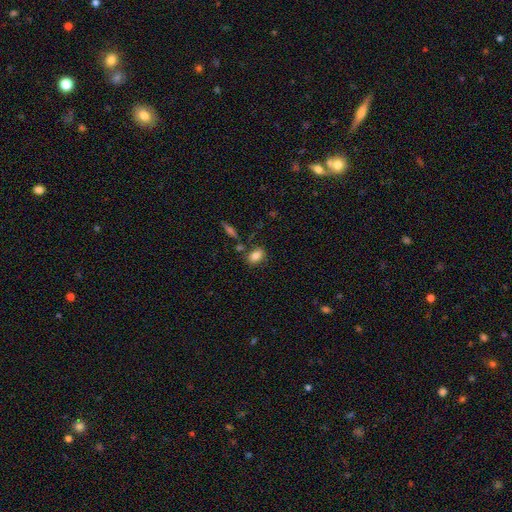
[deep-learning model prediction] Smooth or featured?
  - smooth: 82% *
  - featured or disk: 9%
  - star or artifact: 9%
How rounded?
  - in between: 80% *
  - round: 17%
  - cigar-shaped: 2%
Merging?
  - none: 74% *
  - minor disturbance: 14%
  - merger: 9%
  - major disturbance: 4%